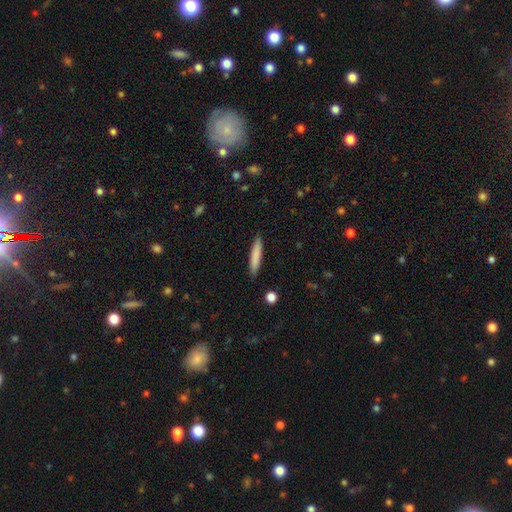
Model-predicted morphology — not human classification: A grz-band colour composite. It shows a smooth galaxy with no disk features (81%) that is cigar-shaped (92%). Merging: none (90%).